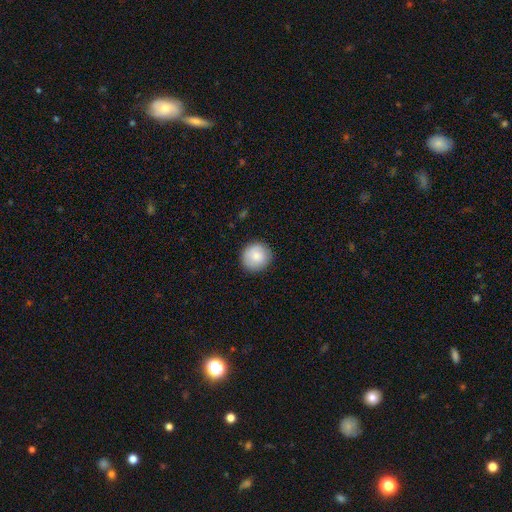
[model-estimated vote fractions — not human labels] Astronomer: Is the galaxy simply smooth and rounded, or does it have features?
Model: smooth — 84%.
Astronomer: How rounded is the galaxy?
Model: round — 94%.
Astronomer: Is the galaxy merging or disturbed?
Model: none — 89%.